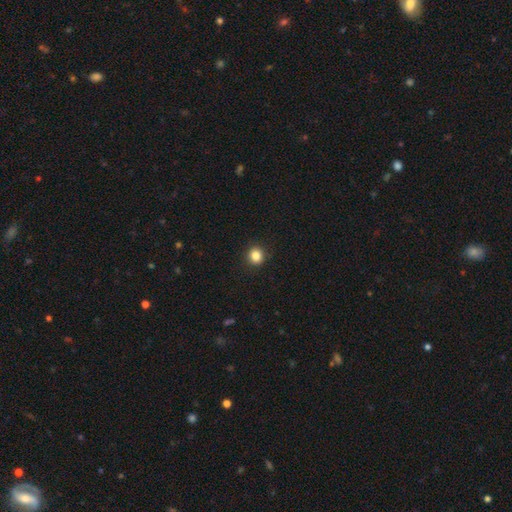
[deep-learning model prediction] Q: Smooth or featured?
A: smooth (85%); runner-up: star or artifact (11%)
Q: How rounded?
A: round (87%); runner-up: in between (13%)
Q: Merging?
A: none (92%); runner-up: minor disturbance (5%)